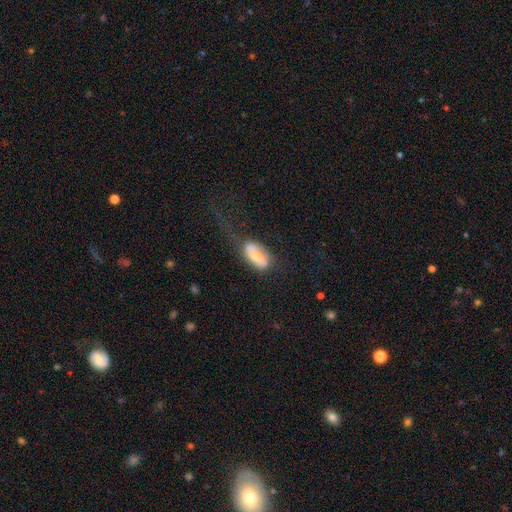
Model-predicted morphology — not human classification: Smooth or featured: featured or disk — 47% (smooth — 46%)
Merging: none — 40% (major disturbance — 27%)